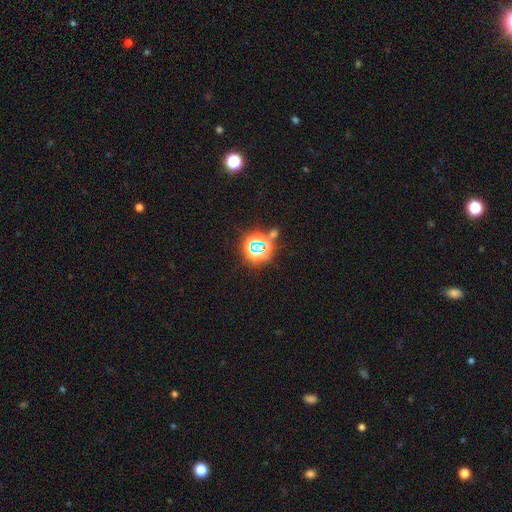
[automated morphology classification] Smooth or featured? star or artifact (73%)